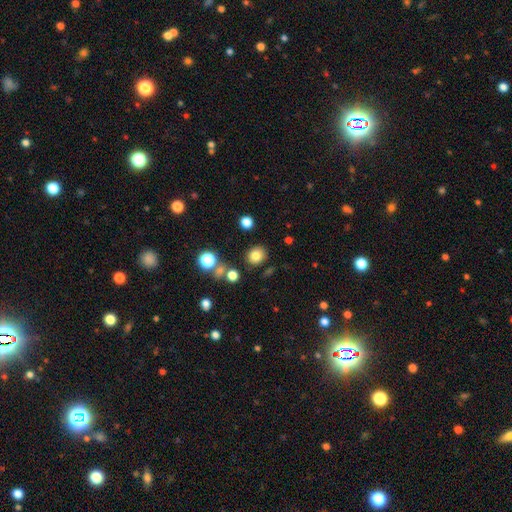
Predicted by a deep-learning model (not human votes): A smooth galaxy with no disk features (80%) that is round (75%).

Vote fractions:
- Smooth or featured? smooth: 80% / star or artifact: 13% / featured or disk: 7%
- How rounded? round: 75% / in between: 24% / cigar-shaped: 1%
- Merging? none: 84% / minor disturbance: 9% / merger: 4% / major disturbance: 3%